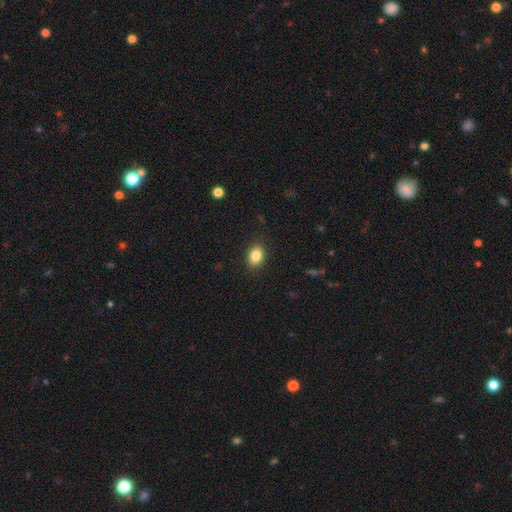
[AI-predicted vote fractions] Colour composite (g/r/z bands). It shows a smooth galaxy with no disk features (84%) that is in between round and cigar-shaped (72%). Merging: none (89%).